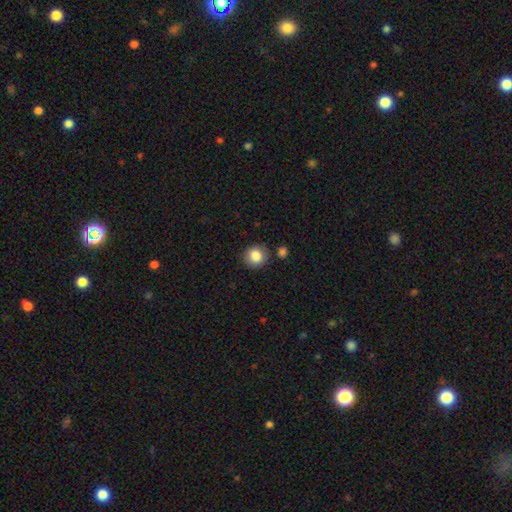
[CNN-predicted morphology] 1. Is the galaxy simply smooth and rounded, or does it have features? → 85% smooth, 9% star or artifact, 6% featured or disk.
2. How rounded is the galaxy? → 88% round, 11% in between, 1% cigar-shaped.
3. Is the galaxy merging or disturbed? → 85% none, 9% minor disturbance, 4% merger, 2% major disturbance.